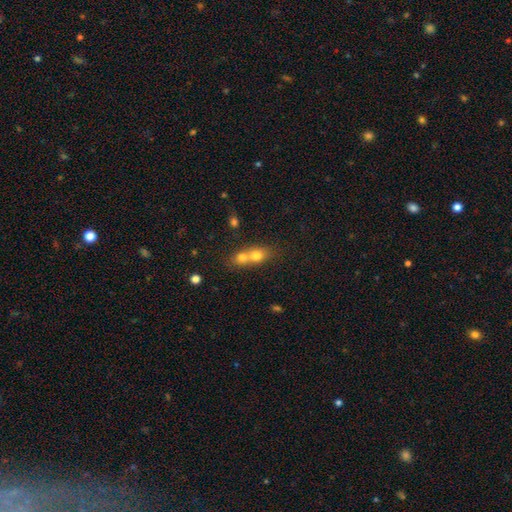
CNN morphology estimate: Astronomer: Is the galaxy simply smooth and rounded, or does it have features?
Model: smooth — 68%.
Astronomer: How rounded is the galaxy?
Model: round — 53% (runner-up: in between, 43%).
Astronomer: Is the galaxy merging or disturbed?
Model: merger — 68%.